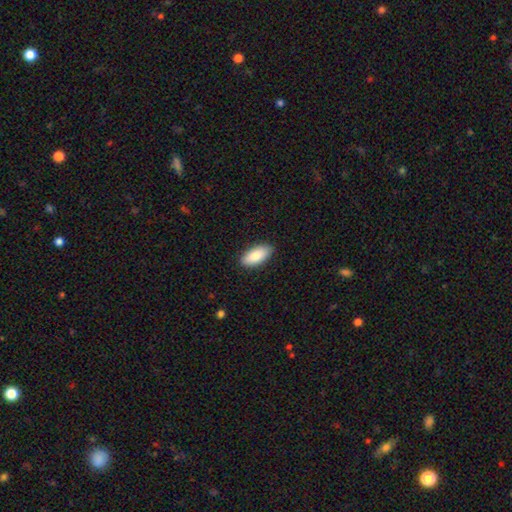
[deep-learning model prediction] Smooth or featured? smooth (86%)
How rounded? in between (90%)
Merging? none (89%)